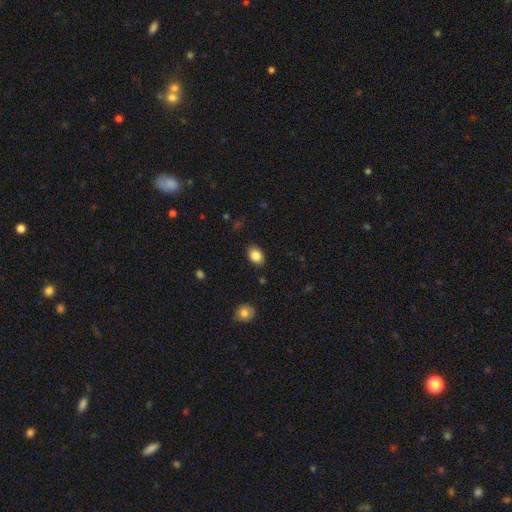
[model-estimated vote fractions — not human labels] Overall: smooth (85%). How rounded: in between (81%). Merging: none (87%).